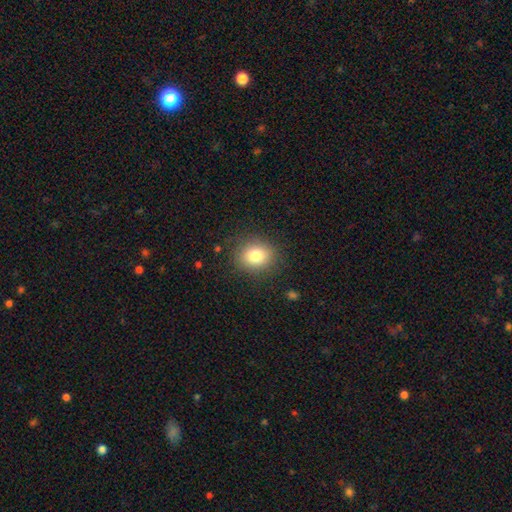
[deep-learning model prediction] Smooth or featured: smooth — 81% (star or artifact — 11%)
How rounded: round — 66% (in between — 33%)
Merging: none — 85% (minor disturbance — 10%)